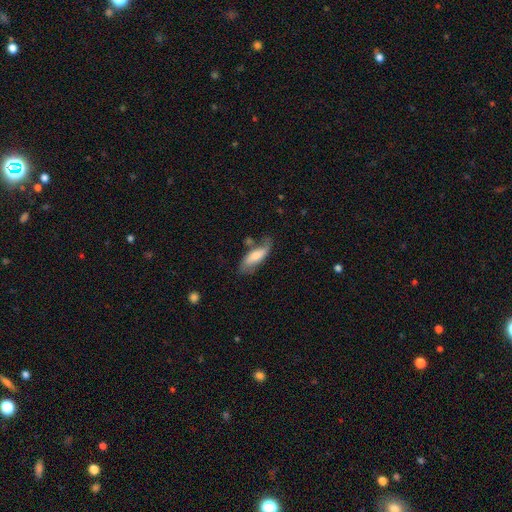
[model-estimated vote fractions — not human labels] Morphology: type=smooth (66%); roundness=in between (65%); merging=none (49%).